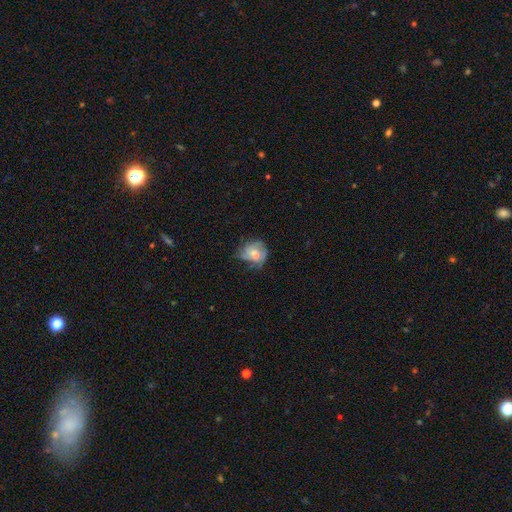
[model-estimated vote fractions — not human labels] This appears to be a smooth galaxy with no disk features (49%). Merging: none (41%).